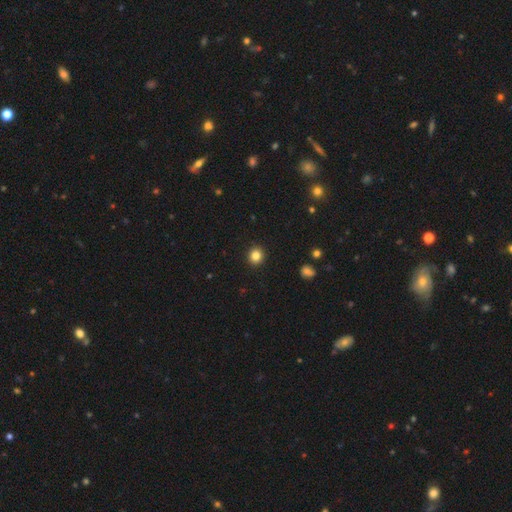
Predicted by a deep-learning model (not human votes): smooth-or-featured: smooth: 84% | star or artifact: 11% | featured or disk: 5%
  how-rounded: round: 90% | in between: 10% | cigar-shaped: 1%
  merging: none: 93% | minor disturbance: 5% | major disturbance: 2% | merger: 1%